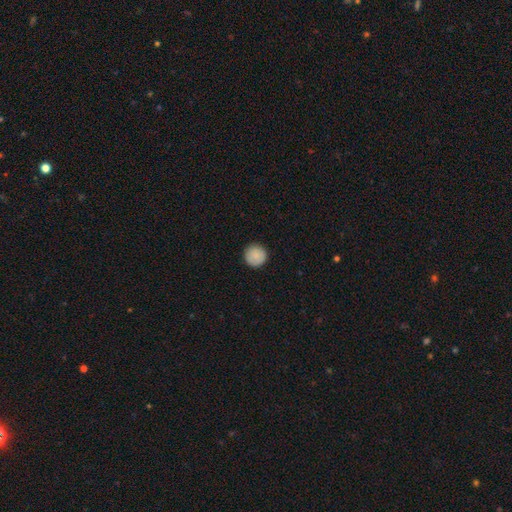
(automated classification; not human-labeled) smooth 88%, star or artifact 7%, featured or disk 5%. Down the decision tree: how rounded — round (96%); merging — none (91%).